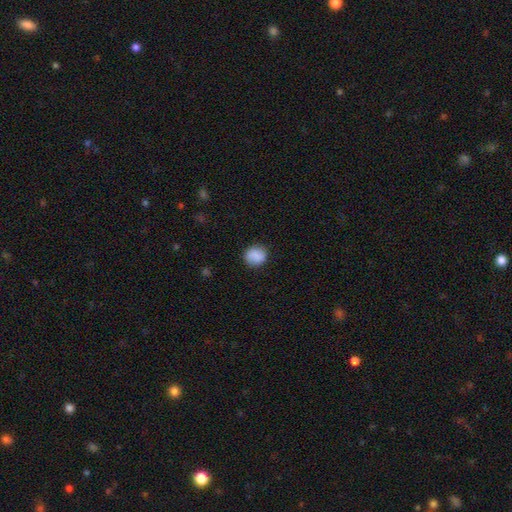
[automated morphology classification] Overall: smooth (85%). How rounded: round (84%). Merging: none (87%).